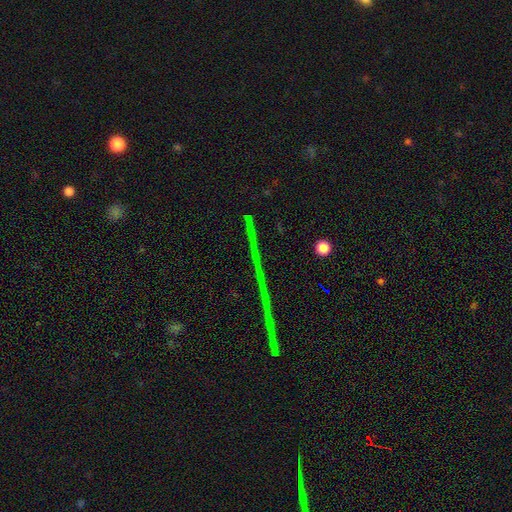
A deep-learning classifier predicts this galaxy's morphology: Q: Smooth or featured?
A: star or artifact (80%); runner-up: featured or disk (12%)